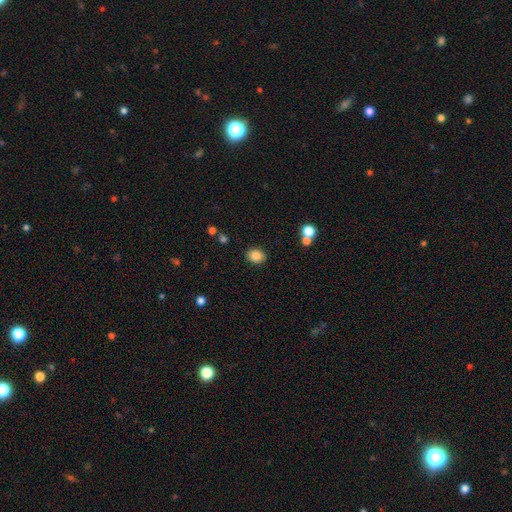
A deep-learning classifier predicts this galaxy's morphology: Smooth or featured: smooth — 85% (star or artifact — 10%)
How rounded: round — 53% (in between — 46%)
Merging: none — 87% (minor disturbance — 8%)